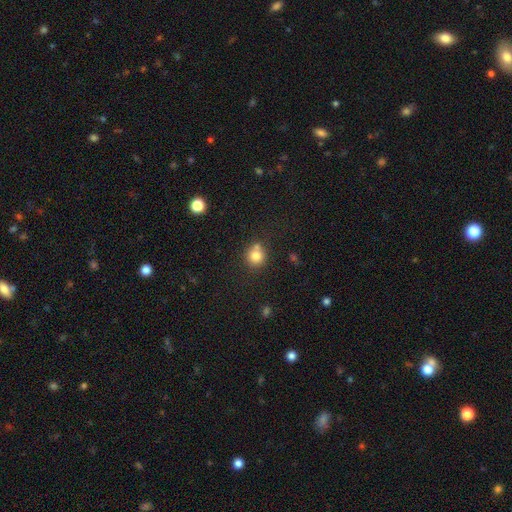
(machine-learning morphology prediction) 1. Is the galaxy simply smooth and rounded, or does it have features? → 79% smooth, 12% star or artifact, 9% featured or disk.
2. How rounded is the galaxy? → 89% round, 10% in between, 1% cigar-shaped.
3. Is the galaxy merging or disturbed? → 62% none, 23% merger, 11% minor disturbance, 3% major disturbance.